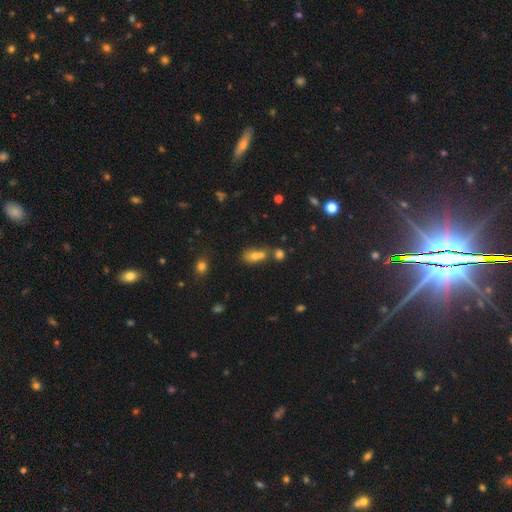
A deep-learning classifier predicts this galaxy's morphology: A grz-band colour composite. It shows a smooth galaxy with no disk features (59%) that is in between round and cigar-shaped (63%). Merging: merger (46%).